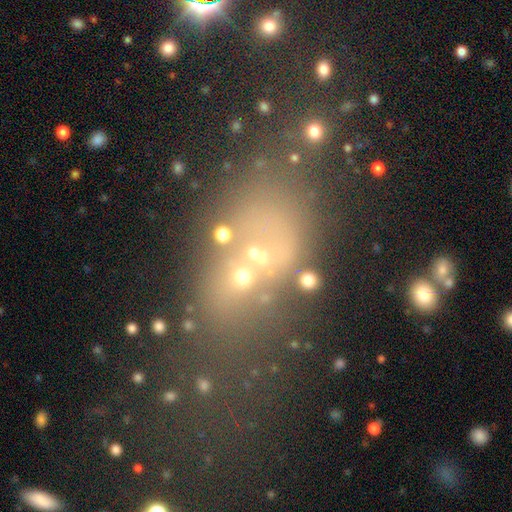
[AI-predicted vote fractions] This appears to be a star or artifact, not a galaxy (40%).